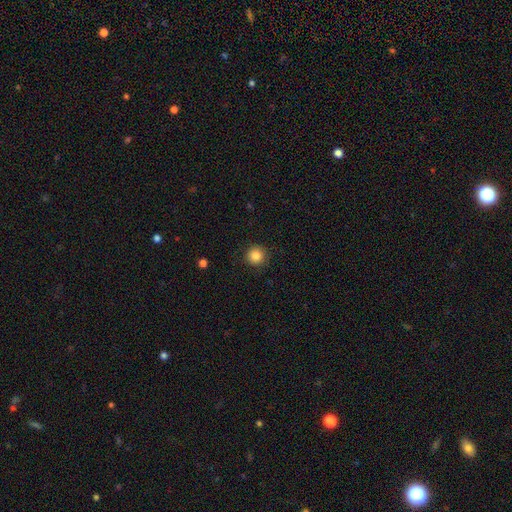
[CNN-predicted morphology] smooth_or_featured: smooth (p=0.85) [alt: star or artifact p=0.10]
how_rounded: round (p=0.94) [alt: in between p=0.05]
merging: none (p=0.90) [alt: minor disturbance p=0.07]